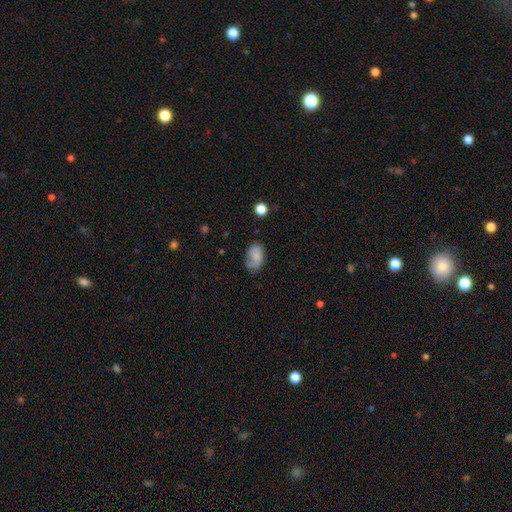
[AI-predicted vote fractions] Smooth or featured? smooth (71%)
How rounded? in between (87%)
Merging? none (57%)